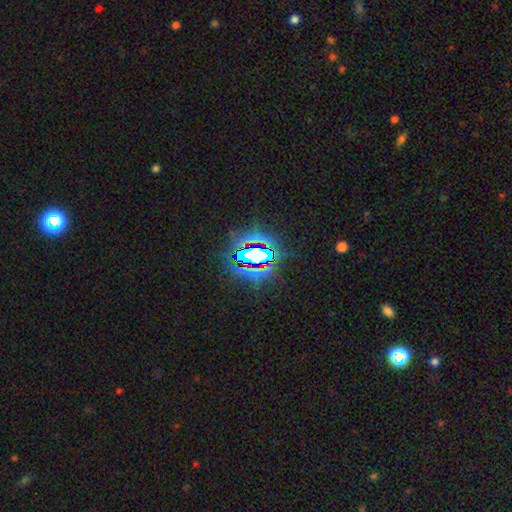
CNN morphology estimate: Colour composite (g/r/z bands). It shows a star or artifact, not a galaxy (72%).